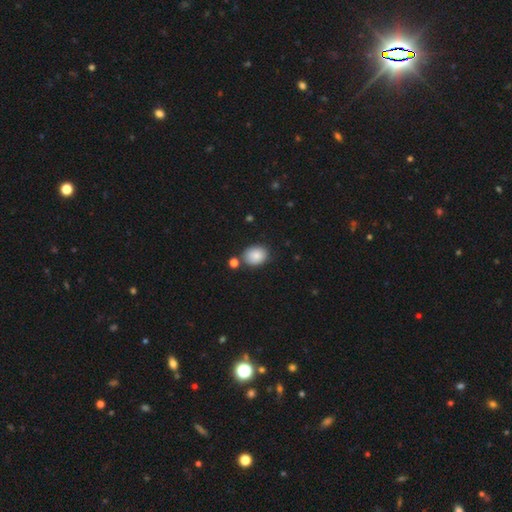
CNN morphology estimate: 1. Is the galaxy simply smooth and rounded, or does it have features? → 87% smooth, 8% star or artifact, 6% featured or disk.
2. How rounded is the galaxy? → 64% in between, 35% round, 1% cigar-shaped.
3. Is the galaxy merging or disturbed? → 75% none, 13% minor disturbance, 8% merger, 3% major disturbance.